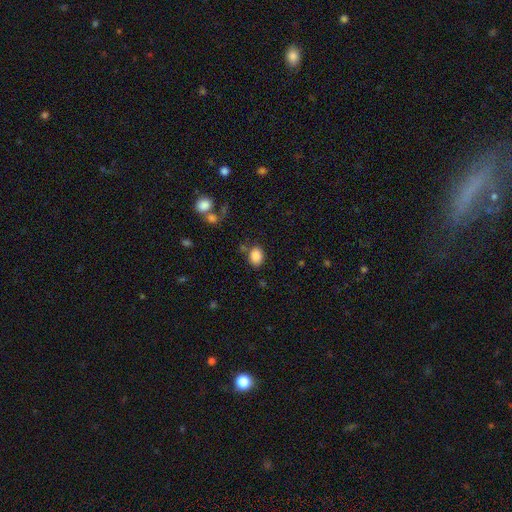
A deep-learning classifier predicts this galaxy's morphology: A smooth galaxy with no disk features (86%) that is in between round and cigar-shaped (66%). Merging: none (74%).